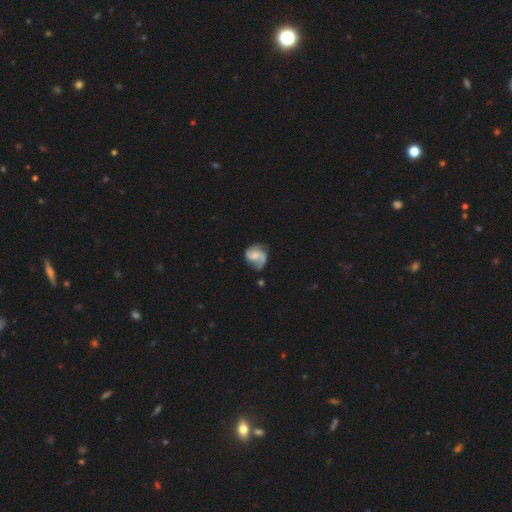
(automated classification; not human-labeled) Q: Smooth or featured?
A: featured or disk (76%); runner-up: smooth (18%)
Q: Edge-on disk?
A: no (98%); runner-up: yes (2%)
Q: Bar?
A: no (49%); runner-up: weak (40%)
Q: Spiral arms?
A: yes (95%); runner-up: no (5%)
Q: Spiral winding?
A: medium (48%); runner-up: loose (29%)
Q: Spiral arm count?
A: 2 (82%); runner-up: 1 (8%)
Q: Bulge size?
A: none (33%); runner-up: small (28%)
Q: Merging?
A: none (61%); runner-up: minor disturbance (23%)